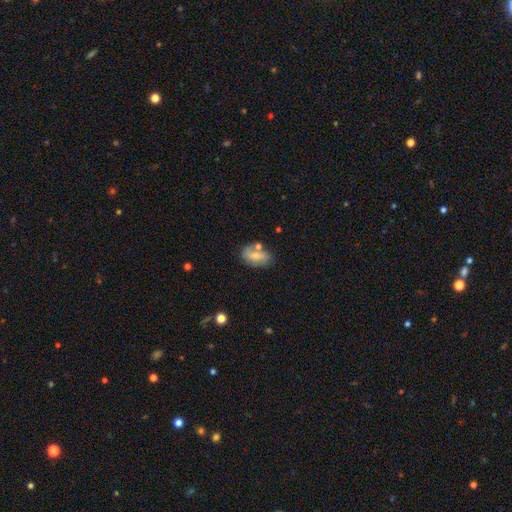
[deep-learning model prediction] This is possibly a smooth galaxy (55%). How rounded: clearly in between (85%). Merging: possibly none (58%).